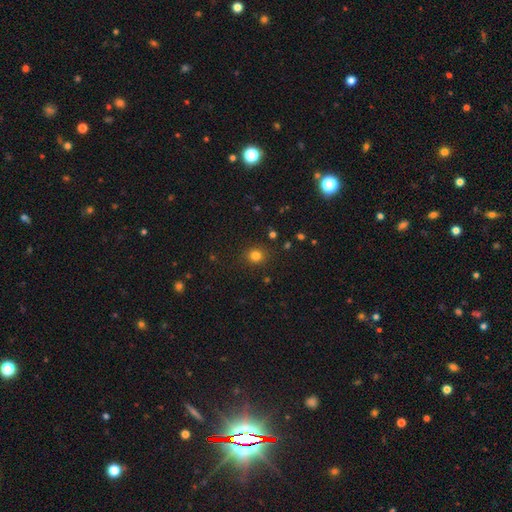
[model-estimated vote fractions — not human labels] Smooth or featured? Predicted: smooth (p=0.80). How rounded? Predicted: round (p=0.84). Merging? Predicted: none (p=0.88).